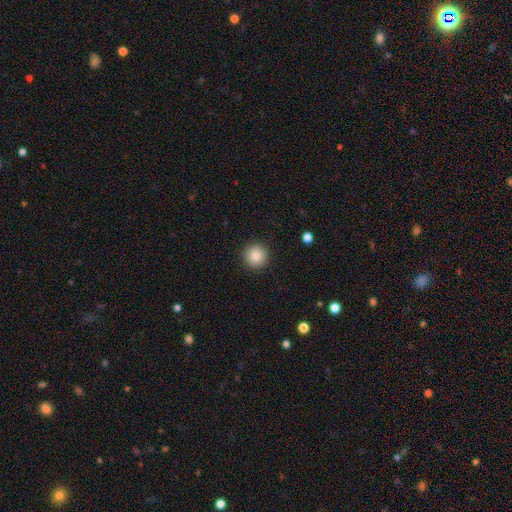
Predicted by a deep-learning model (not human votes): This appears to be a smooth galaxy with no disk features (85%) that is round (96%). Merging: none (92%).